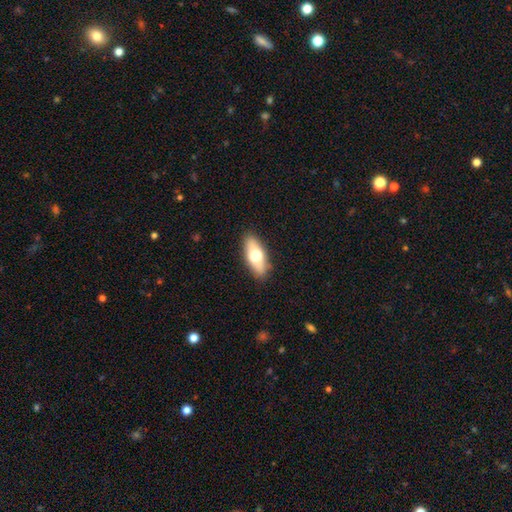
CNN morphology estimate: A smooth galaxy with no disk features (63%) that is in between round and cigar-shaped (75%). Merging: none (88%).